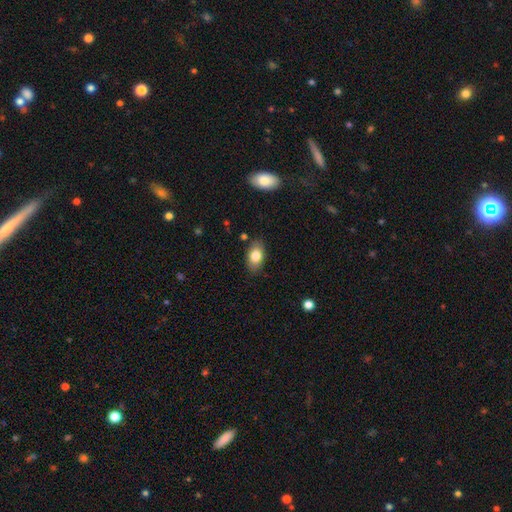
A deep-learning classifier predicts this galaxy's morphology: A smooth galaxy with no disk features (80%) that is in between round and cigar-shaped (89%). Merging: none (83%).